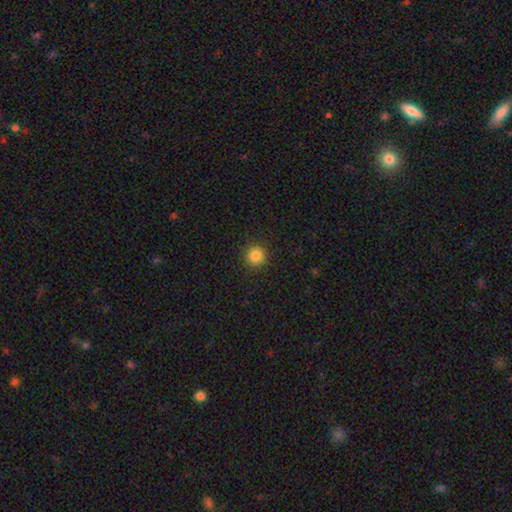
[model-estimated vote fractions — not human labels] This appears to be a smooth galaxy with no disk features (85%) that is round (95%). Merging: none (92%).